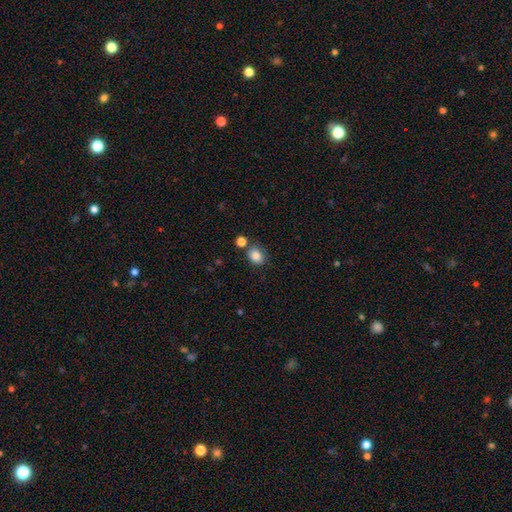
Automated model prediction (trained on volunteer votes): smooth-or-featured: smooth: 85% | star or artifact: 10% | featured or disk: 5%
  how-rounded: in between: 51% | round: 48% | cigar-shaped: 1%
  merging: none: 68% | minor disturbance: 15% | merger: 13% | major disturbance: 4%